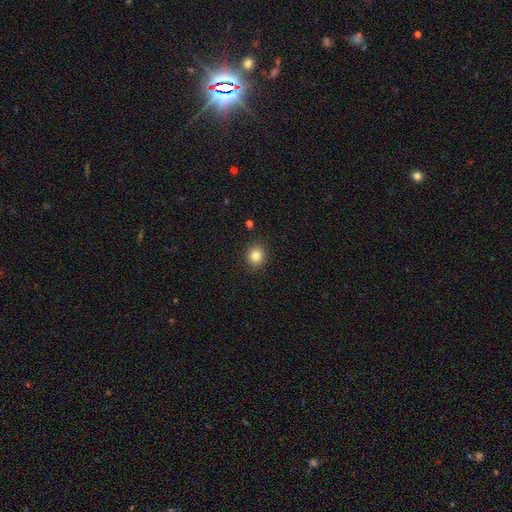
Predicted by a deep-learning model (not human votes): A smooth galaxy with no disk features (84%) that is round (82%).

Vote fractions:
- Smooth or featured? smooth: 84% / star or artifact: 10% / featured or disk: 6%
- How rounded? round: 82% / in between: 17% / cigar-shaped: 1%
- Merging? none: 90% / minor disturbance: 7% / major disturbance: 2% / merger: 1%